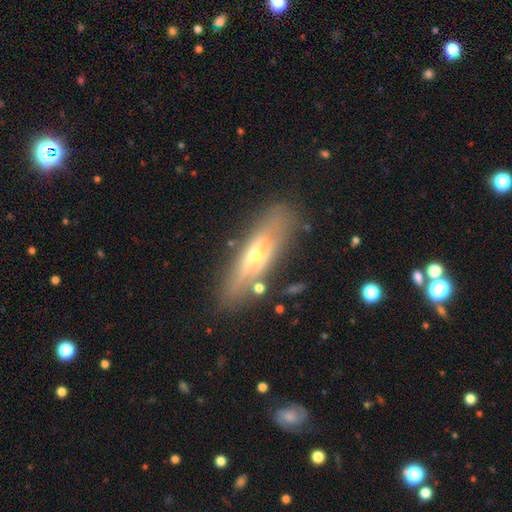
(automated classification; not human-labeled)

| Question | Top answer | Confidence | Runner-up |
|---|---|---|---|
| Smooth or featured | featured or disk | 63% | smooth (29%) |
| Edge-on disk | yes | 74% | no (26%) |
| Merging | none | 79% | minor disturbance (14%) |